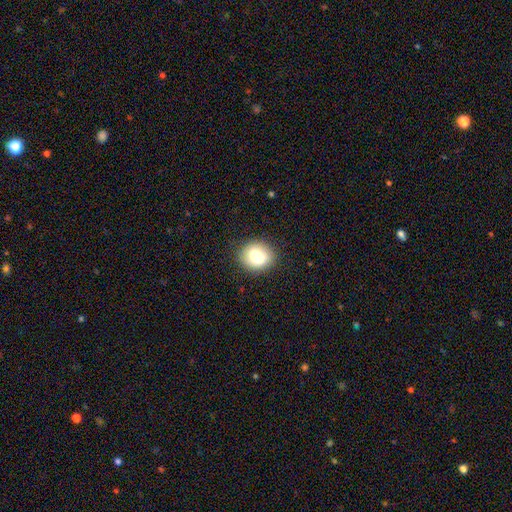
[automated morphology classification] A smooth galaxy with no disk features (74%) that is round (61%).

Vote fractions:
- Smooth or featured? smooth: 74% / featured or disk: 17% / star or artifact: 9%
- How rounded? round: 61% / in between: 38% / cigar-shaped: 1%
- Merging? none: 80% / minor disturbance: 12% / merger: 4% / major disturbance: 4%